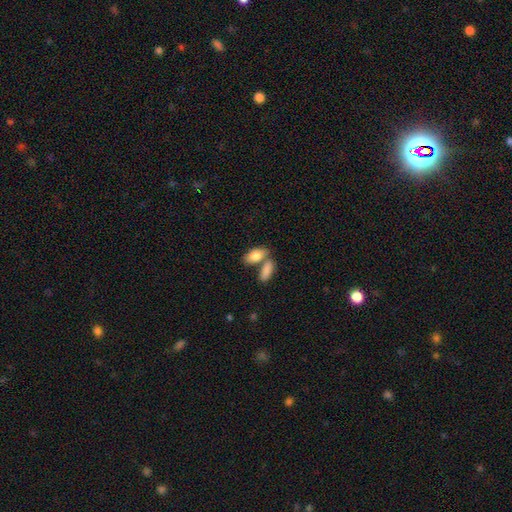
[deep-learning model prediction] This appears to be a smooth galaxy with no disk features (82%) that is in between round and cigar-shaped (89%). Merging: merger (43%).